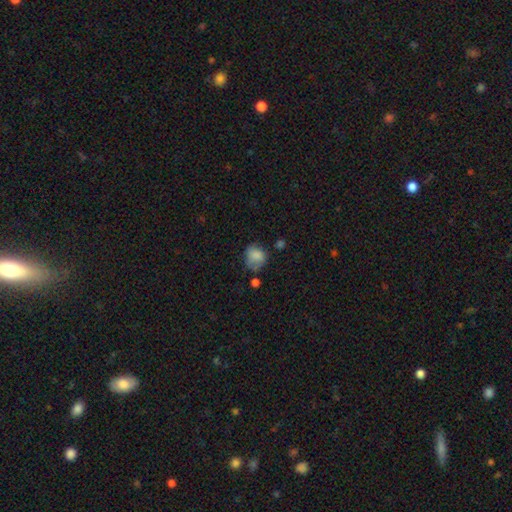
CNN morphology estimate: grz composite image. It shows a smooth galaxy with no disk features (79%) that is round (60%). Merging: none (46%).